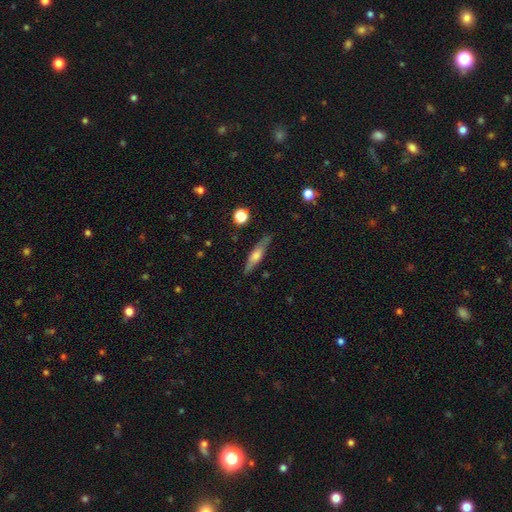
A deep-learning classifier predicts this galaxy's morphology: Smooth or featured? featured or disk (51%)
Edge-on disk? yes (91%)
Merging? none (83%)